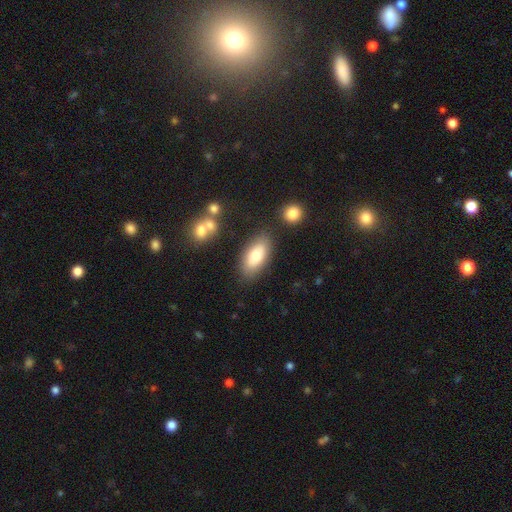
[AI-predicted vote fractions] smooth_or_featured: smooth (p=0.75) [alt: featured or disk p=0.18]
how_rounded: in between (p=0.89) [alt: cigar-shaped p=0.08]
merging: none (p=0.80) [alt: minor disturbance p=0.12]